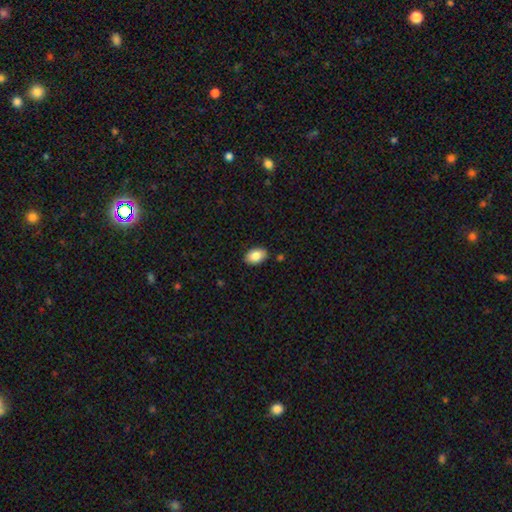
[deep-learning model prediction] Morphology: type=smooth (85%); roundness=in between (89%); merging=none (87%).